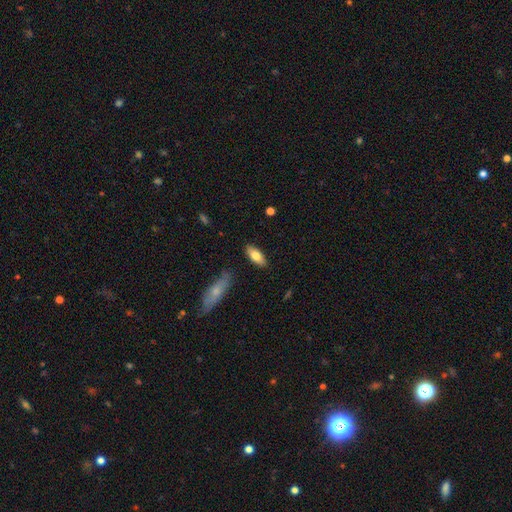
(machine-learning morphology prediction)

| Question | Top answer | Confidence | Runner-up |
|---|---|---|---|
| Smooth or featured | smooth | 75% | featured or disk (19%) |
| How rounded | in between | 80% | cigar-shaped (18%) |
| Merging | none | 85% | minor disturbance (10%) |